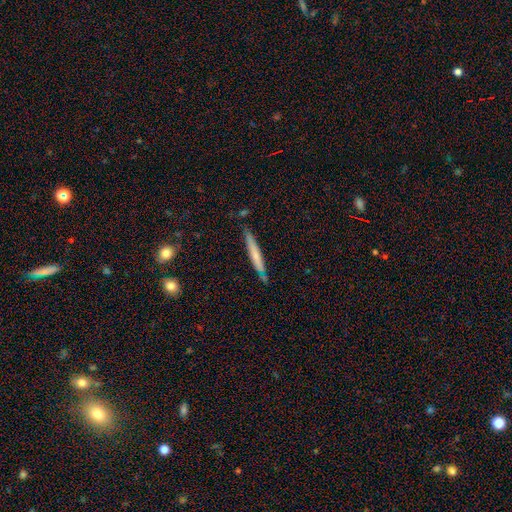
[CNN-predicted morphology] The model was most divided on "smooth or featured": smooth: 62%, featured or disk: 32%, star or artifact: 6%. More confident: how rounded — cigar-shaped (96%); merging — none (78%).